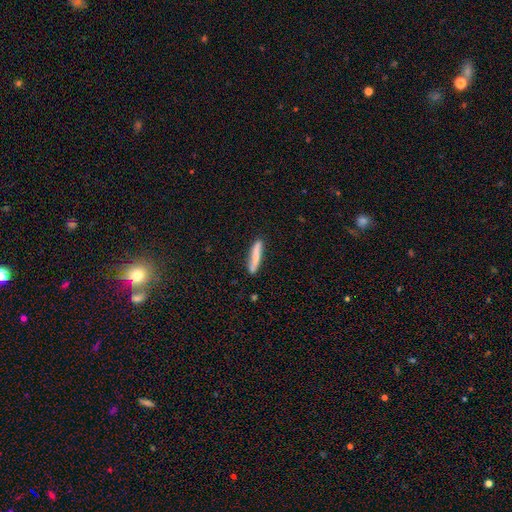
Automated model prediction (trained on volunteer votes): Overall: smooth (72%). How rounded: cigar-shaped (91%). Merging: none (80%).